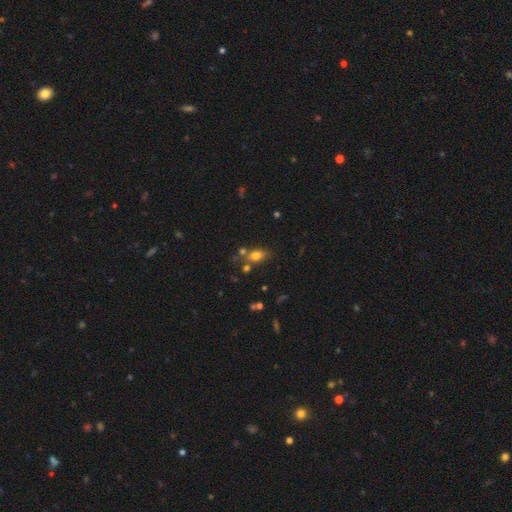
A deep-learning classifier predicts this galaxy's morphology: type=smooth (76%); roundness=in between (74%); merging=none (58%).